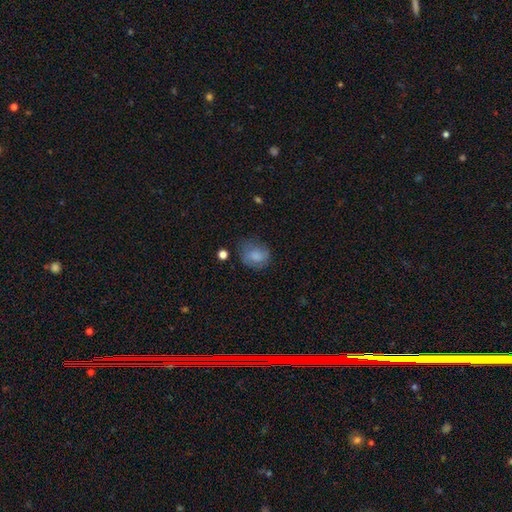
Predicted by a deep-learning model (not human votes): Smooth or featured? Predicted: smooth (p=0.79). How rounded? Predicted: round (p=0.57). Merging? Predicted: none (p=0.59).